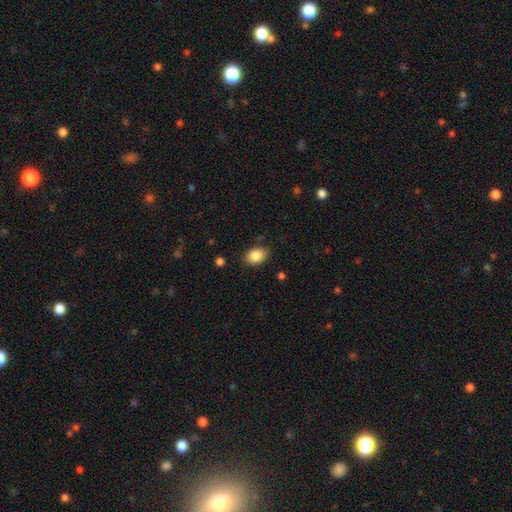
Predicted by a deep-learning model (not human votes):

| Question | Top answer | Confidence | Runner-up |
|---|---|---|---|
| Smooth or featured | smooth | 86% | star or artifact (8%) |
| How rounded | in between | 79% | round (20%) |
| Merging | none | 83% | minor disturbance (12%) |